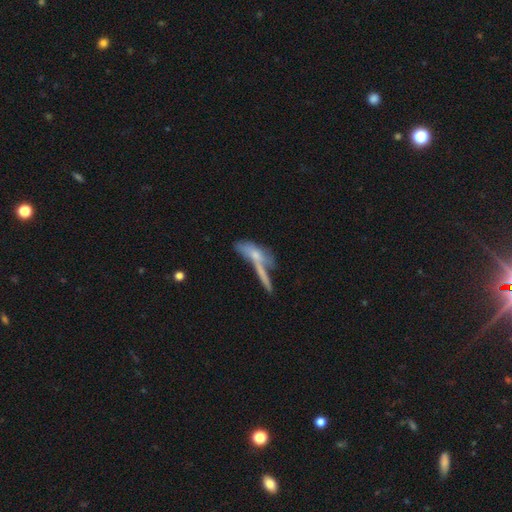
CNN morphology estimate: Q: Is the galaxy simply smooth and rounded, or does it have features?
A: smooth — 54%.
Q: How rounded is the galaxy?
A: cigar-shaped — 52%.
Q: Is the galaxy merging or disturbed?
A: merger — 44%.